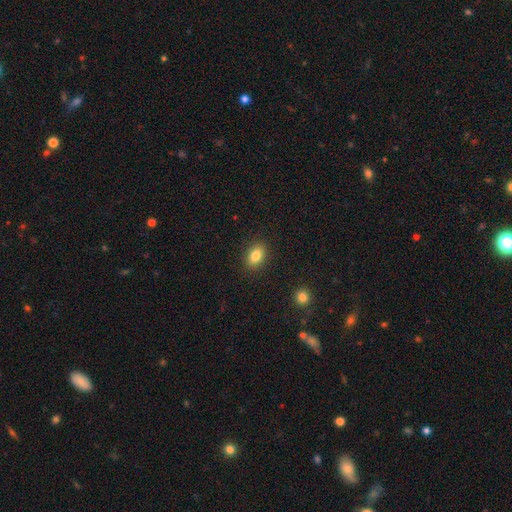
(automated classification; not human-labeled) Smooth or featured: smooth — 83% (star or artifact — 9%)
How rounded: in between — 80% (round — 18%)
Merging: none — 89% (minor disturbance — 8%)